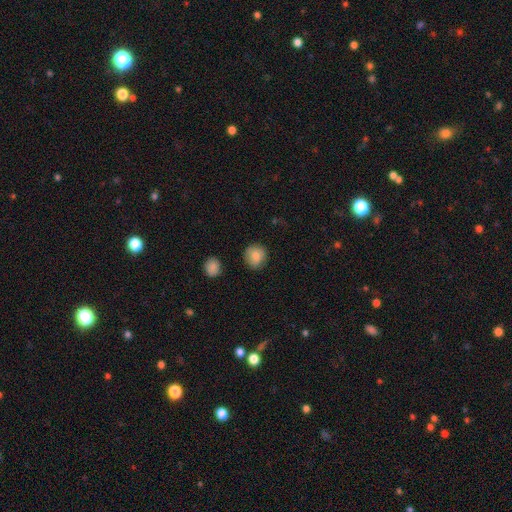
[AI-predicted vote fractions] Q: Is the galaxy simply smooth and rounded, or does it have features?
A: smooth — 83%.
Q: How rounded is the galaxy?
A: round — 89%.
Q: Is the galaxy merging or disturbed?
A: none — 84%.